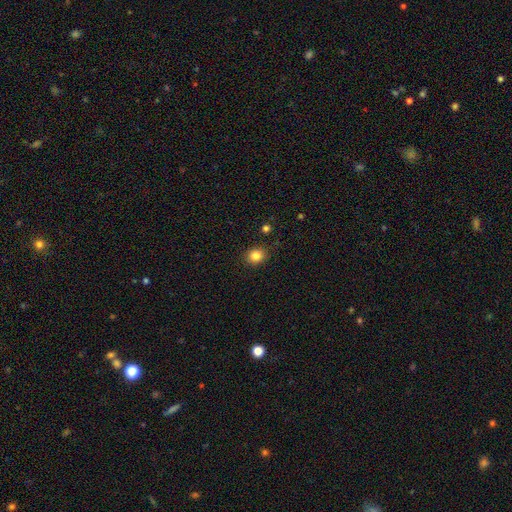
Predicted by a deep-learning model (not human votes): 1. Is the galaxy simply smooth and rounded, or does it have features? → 83% smooth, 11% star or artifact, 5% featured or disk.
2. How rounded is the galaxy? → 69% round, 30% in between, 1% cigar-shaped.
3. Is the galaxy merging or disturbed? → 88% none, 8% minor disturbance, 2% major disturbance, 2% merger.